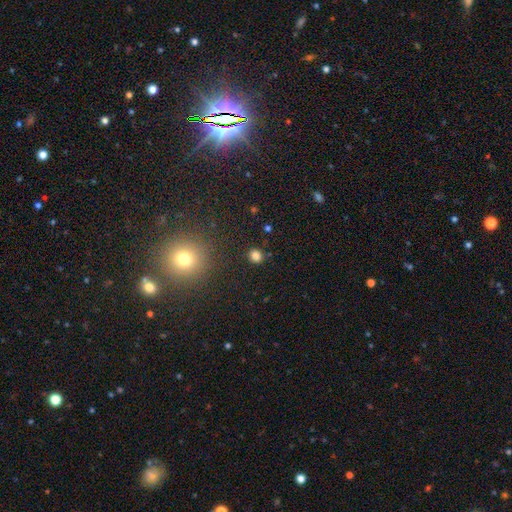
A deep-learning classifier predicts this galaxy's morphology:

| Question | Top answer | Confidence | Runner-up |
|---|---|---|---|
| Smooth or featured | smooth | 81% | star or artifact (15%) |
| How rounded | round | 79% | in between (20%) |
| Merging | none | 88% | minor disturbance (7%) |